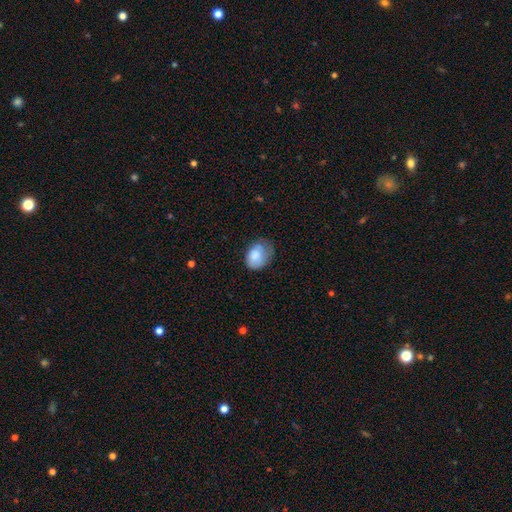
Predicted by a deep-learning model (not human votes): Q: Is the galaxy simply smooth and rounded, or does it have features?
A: smooth — 81%.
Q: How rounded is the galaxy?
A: in between — 74%.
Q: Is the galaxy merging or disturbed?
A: none — 44%.